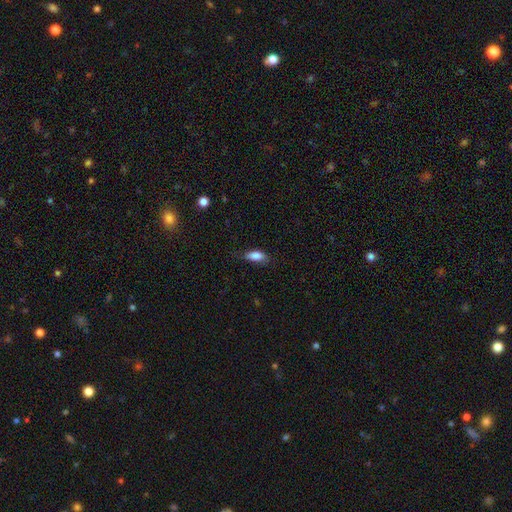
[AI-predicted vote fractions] Overall: smooth (83%). How rounded: in between (81%). Merging: none (64%; minor disturbance 27%).